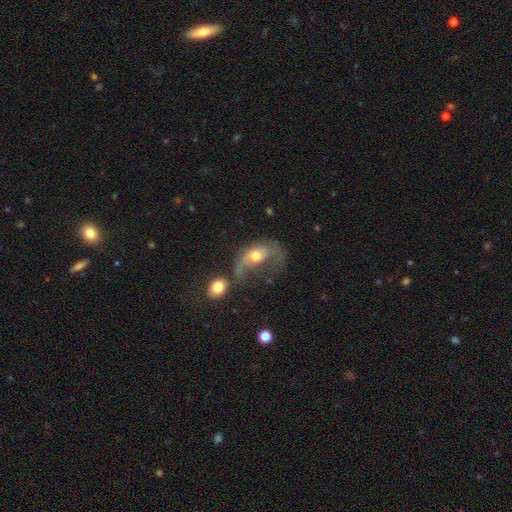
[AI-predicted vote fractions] Smooth or featured? Predicted: featured or disk (p=0.55). Edge-on disk? Predicted: no (p=0.93). Bar? Predicted: no (p=0.71). Spiral arms? Predicted: yes (p=0.60). Bulge size? Predicted: moderate (p=0.67). Merging? Predicted: major disturbance (p=0.53).